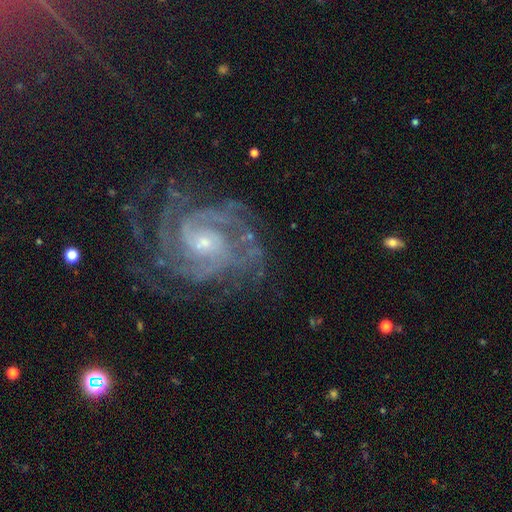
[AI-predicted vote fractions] smooth-or-featured: featured or disk: 89% | star or artifact: 7% | smooth: 4%
  disk-edge-on: no: 98% | yes: 2%
    bar: no: 59% | weak: 32% | strong: 9%
    has-spiral-arms: yes: 98% | no: 2%
      spiral-winding: tight: 64% | medium: 31% | loose: 5%
      spiral-arm-count: can't tell: 23% | 2: 22% | 3: 21% | 4: 17% | more than 4: 9% | 1: 8%
    bulge-size: small: 68% | moderate: 27% | none: 2% | large: 2% | dominant: 1%
  merging: none: 71% | minor disturbance: 16% | major disturbance: 11% | merger: 2%